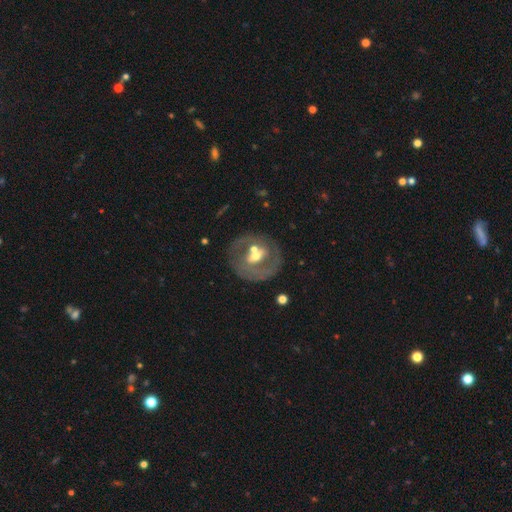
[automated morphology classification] This appears to be a featured or disk galaxy (69%) with no bar (42%), no spiral arms (56%) and a moderate central bulge (68%). Merging: none (59%).